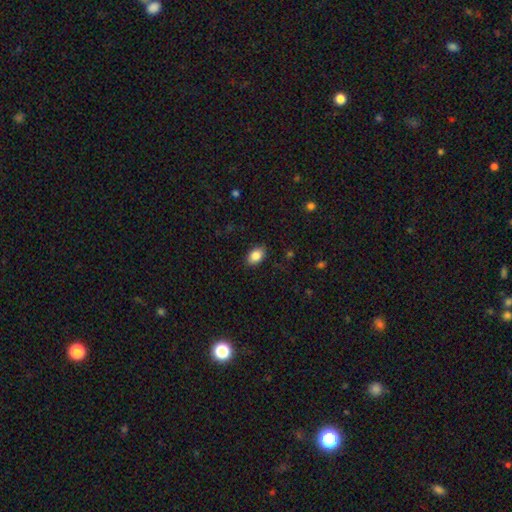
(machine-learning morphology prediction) Smooth or featured: smooth — 86% (star or artifact — 8%)
How rounded: in between — 86% (round — 13%)
Merging: none — 87% (minor disturbance — 10%)